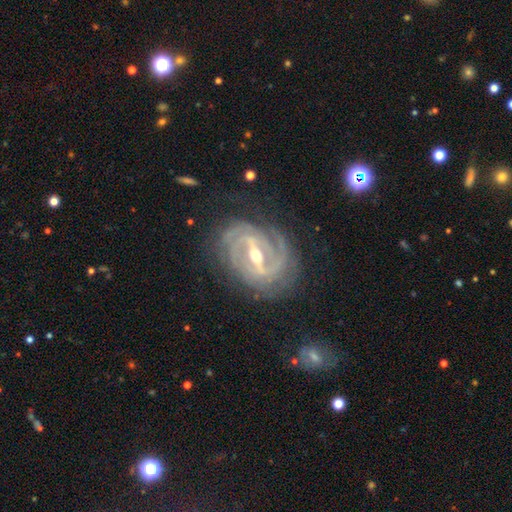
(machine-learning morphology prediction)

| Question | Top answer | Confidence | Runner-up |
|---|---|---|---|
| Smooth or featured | featured or disk | 91% | star or artifact (5%) |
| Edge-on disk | no | 96% | yes (4%) |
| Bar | strong | 69% | weak (26%) |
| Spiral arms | yes | 97% | no (3%) |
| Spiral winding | tight | 67% | medium (27%) |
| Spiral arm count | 2 | 33% | 3 (25%) |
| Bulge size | moderate | 58% | small (38%) |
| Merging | none | 75% | minor disturbance (17%) |